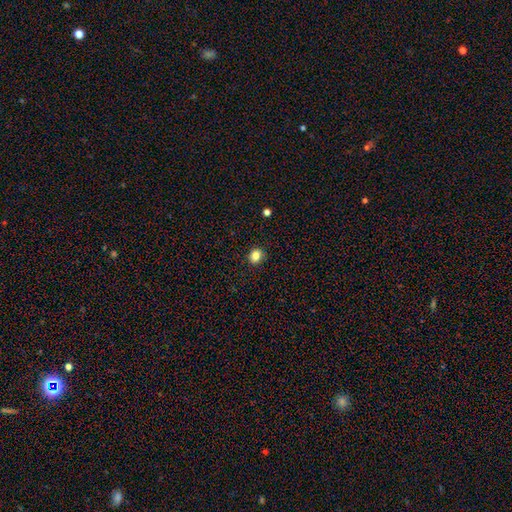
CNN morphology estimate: Smooth or featured? smooth (83%)
How rounded? round (70%)
Merging? none (91%)